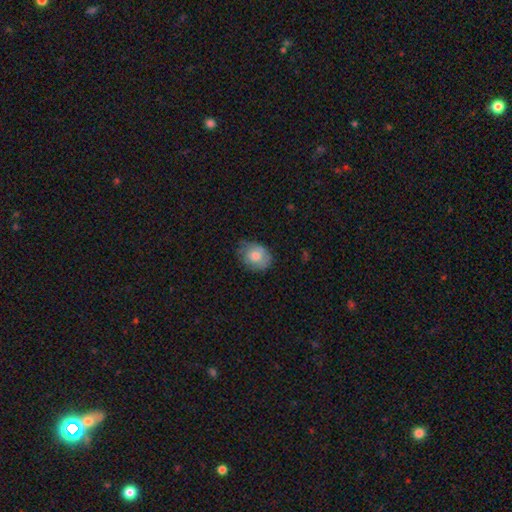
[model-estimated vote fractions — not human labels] This is likely a smooth galaxy (72%). How rounded: possibly in between (57%). Merging: likely none (63%).